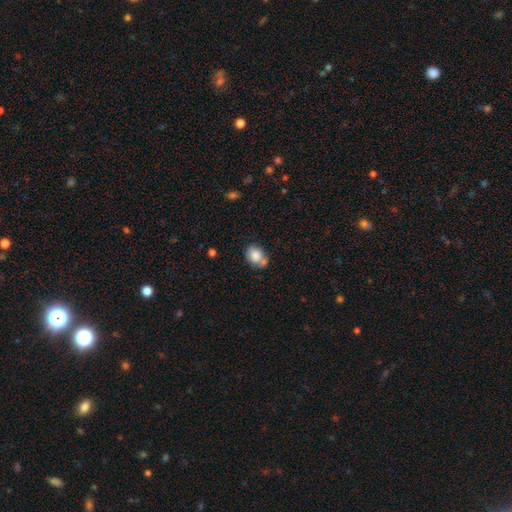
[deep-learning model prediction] The model was most divided on "how rounded": in between: 55%, round: 43%, cigar-shaped: 1%. Remaining: smooth or featured — smooth (80%); merging — none (48%).